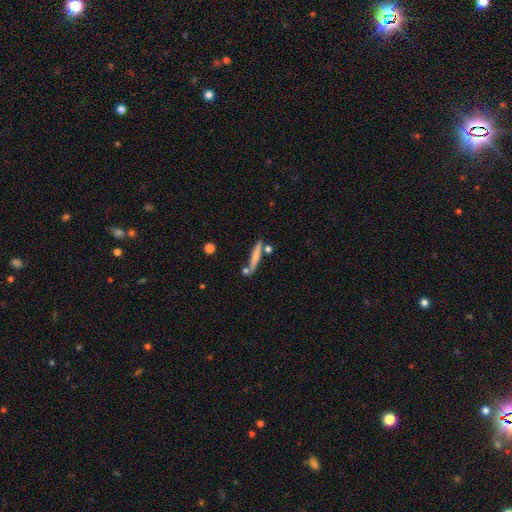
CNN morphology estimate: Smooth or featured: smooth — 63% (featured or disk — 31%)
How rounded: cigar-shaped — 92% (in between — 6%)
Merging: none — 73% (minor disturbance — 12%)